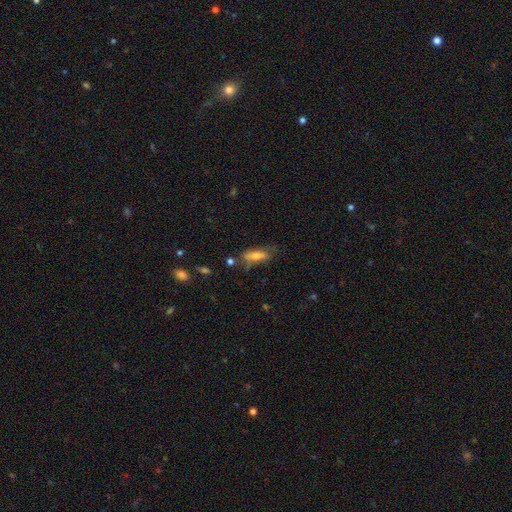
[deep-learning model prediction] smooth 63%, featured or disk 29%, star or artifact 8%. Down the decision tree: how rounded — in between (57%); merging — none (54%).